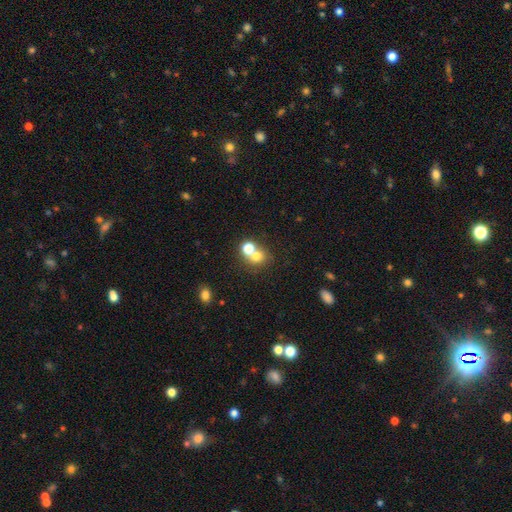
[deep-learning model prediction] Smooth or featured? smooth (71%)
How rounded? round (76%)
Merging? merger (50%)